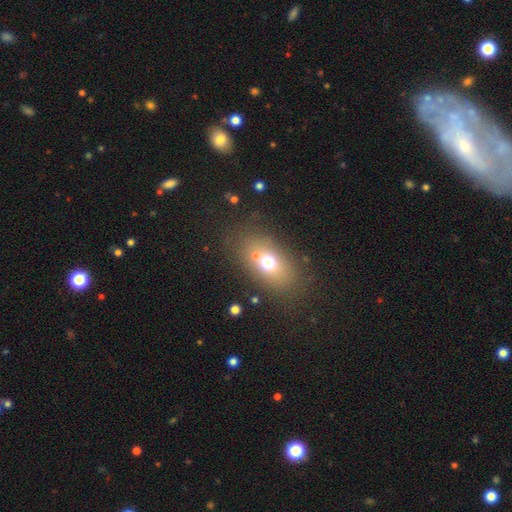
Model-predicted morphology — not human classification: smooth_or_featured: smooth (p=0.64) [alt: star or artifact p=0.19]
how_rounded: in between (p=0.77) [alt: round p=0.19]
merging: none (p=0.78) [alt: minor disturbance p=0.11]